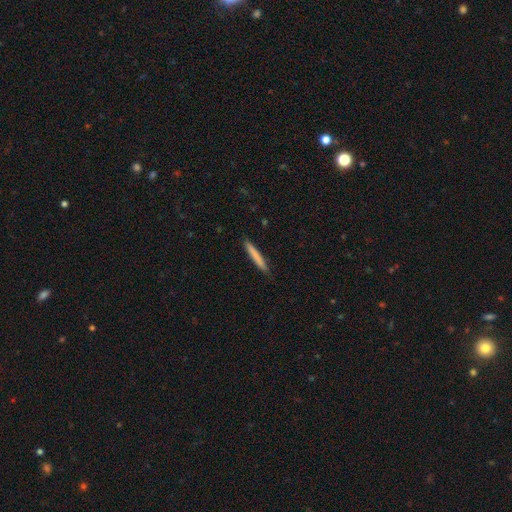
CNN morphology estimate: A smooth galaxy with no disk features (76%) that is cigar-shaped (96%).

Vote fractions:
- Smooth or featured? smooth: 76% / featured or disk: 18% / star or artifact: 6%
- How rounded? cigar-shaped: 96% / in between: 3% / round: 1%
- Merging? none: 88% / minor disturbance: 9% / major disturbance: 2% / merger: 1%